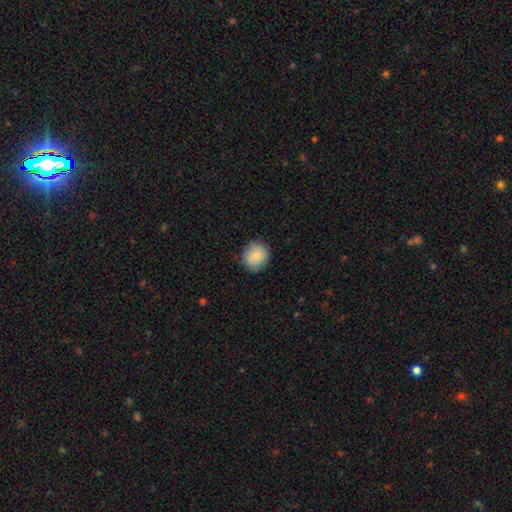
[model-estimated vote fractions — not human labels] The model was most divided on "smooth or featured": smooth: 80%, featured or disk: 13%, star or artifact: 7%. More confident: how rounded — round (85%); merging — none (82%).